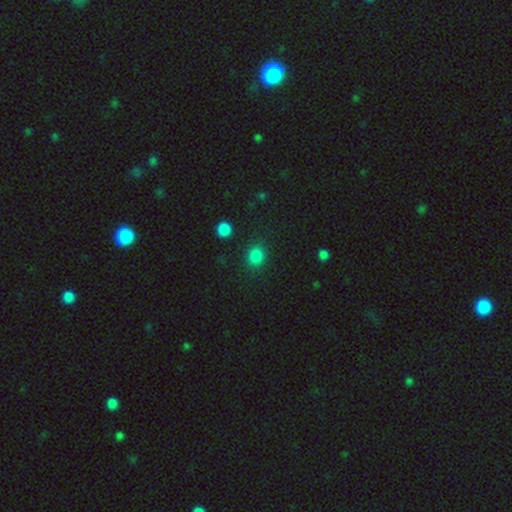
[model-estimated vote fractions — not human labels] This is clearly a smooth galaxy (84%). How rounded: likely round (73%). Merging: clearly none (86%).